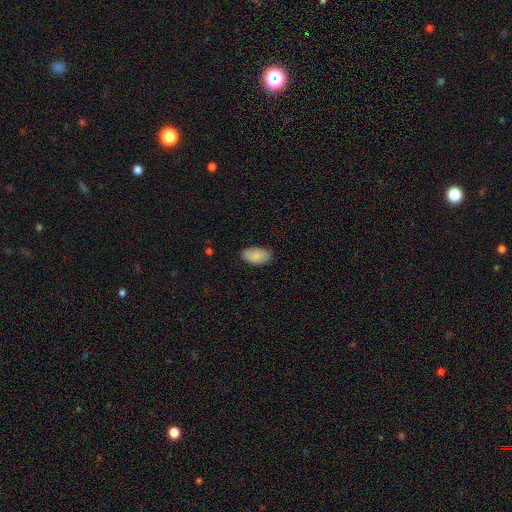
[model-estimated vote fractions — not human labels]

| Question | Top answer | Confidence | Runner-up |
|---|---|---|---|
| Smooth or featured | smooth | 88% | star or artifact (6%) |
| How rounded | in between | 95% | round (3%) |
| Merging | none | 83% | minor disturbance (13%) |